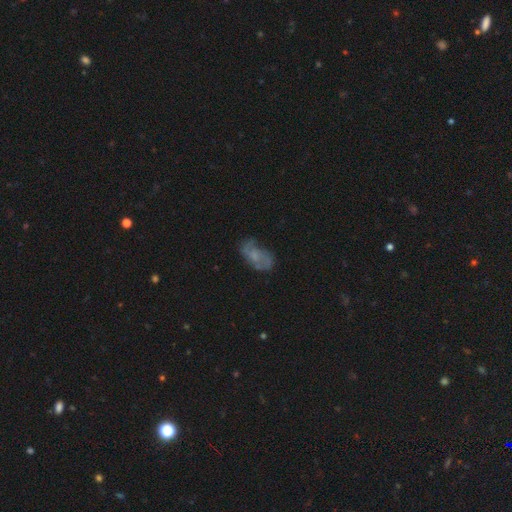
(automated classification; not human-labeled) The model was most divided on "smooth or featured": featured or disk: 47%, smooth: 42%, star or artifact: 11%. More confident: merging — none (53%).